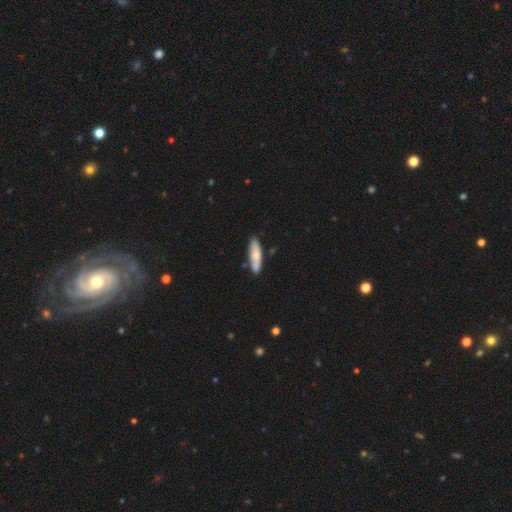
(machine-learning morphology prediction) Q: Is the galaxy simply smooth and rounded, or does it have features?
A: smooth — 68%.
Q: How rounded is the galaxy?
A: cigar-shaped — 61%.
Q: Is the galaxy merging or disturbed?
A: none — 78%.